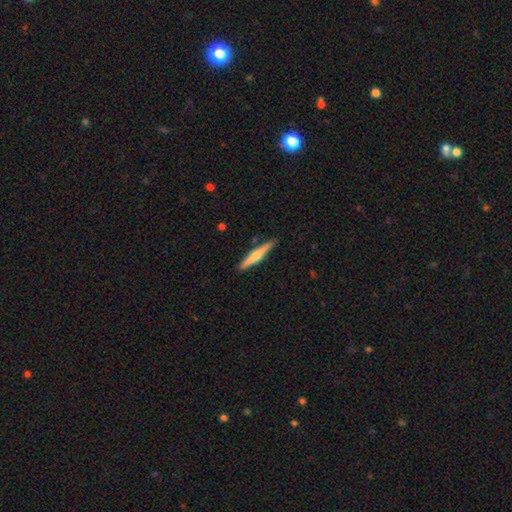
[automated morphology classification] A smooth galaxy with no disk features (52%) that is cigar-shaped (93%). Merging: none (89%).